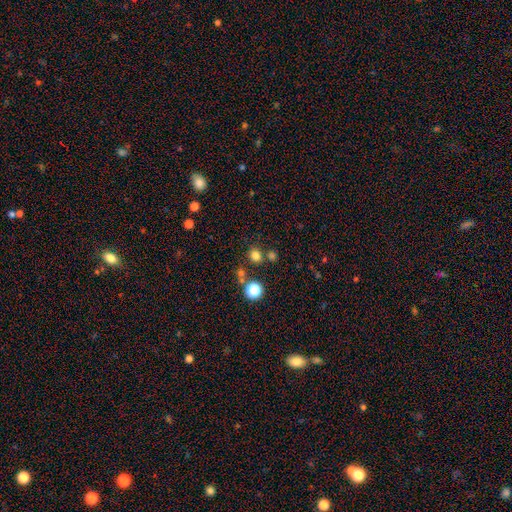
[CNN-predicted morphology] Overall: smooth (76%). How rounded: round (79%). Merging: none (75%).